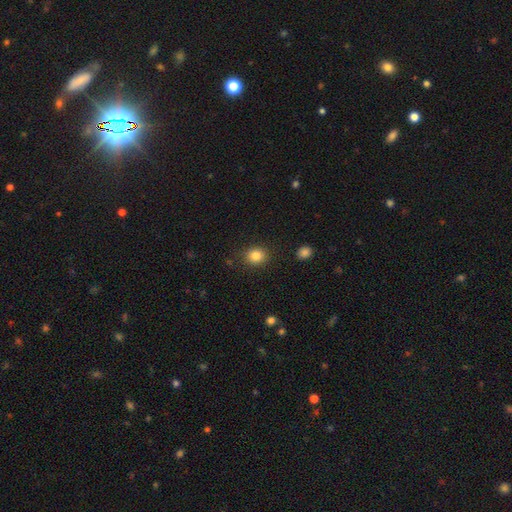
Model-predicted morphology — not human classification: smooth-or-featured: smooth: 84% | star or artifact: 11% | featured or disk: 6%
  how-rounded: round: 74% | in between: 25% | cigar-shaped: 1%
  merging: none: 88% | minor disturbance: 8% | major disturbance: 3% | merger: 2%